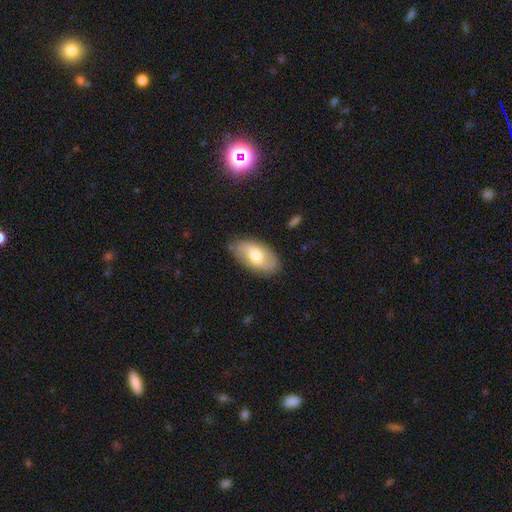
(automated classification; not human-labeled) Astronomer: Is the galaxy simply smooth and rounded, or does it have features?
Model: smooth — 62%.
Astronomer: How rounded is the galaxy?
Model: in between — 94%.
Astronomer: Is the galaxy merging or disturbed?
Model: none — 80%.